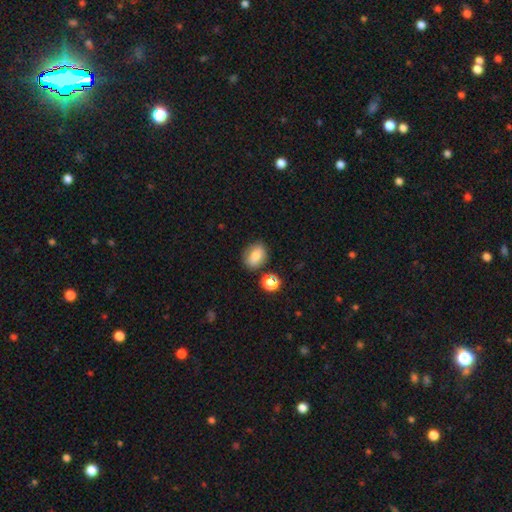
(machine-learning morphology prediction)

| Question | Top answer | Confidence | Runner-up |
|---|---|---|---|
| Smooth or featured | smooth | 76% | featured or disk (14%) |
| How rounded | in between | 62% | round (37%) |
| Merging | none | 77% | minor disturbance (13%) |